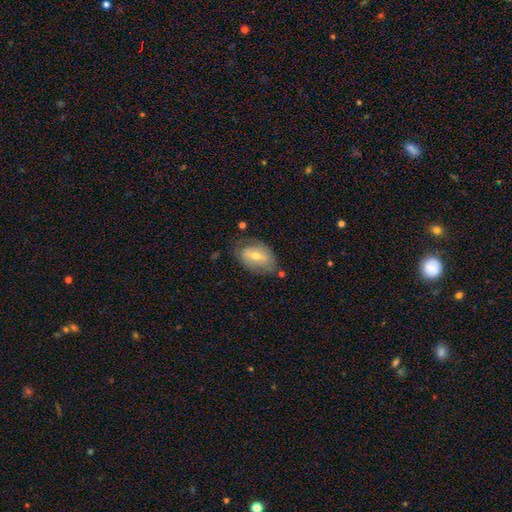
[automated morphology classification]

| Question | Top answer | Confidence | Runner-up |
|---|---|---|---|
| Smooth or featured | smooth | 51% | featured or disk (42%) |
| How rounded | in between | 88% | round (9%) |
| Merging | none | 62% | minor disturbance (26%) |